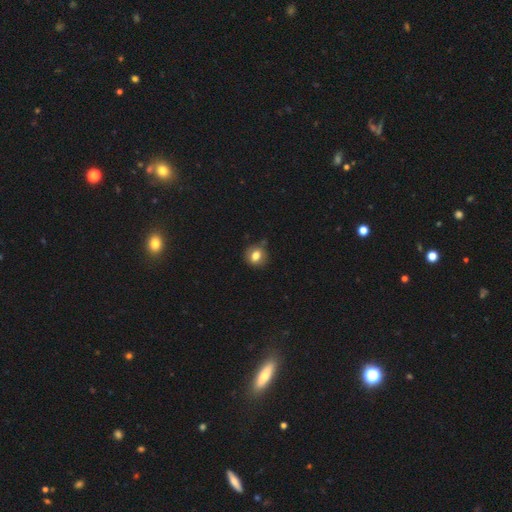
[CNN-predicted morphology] Q: Smooth or featured?
A: smooth (77%); runner-up: featured or disk (13%)
Q: How rounded?
A: round (66%); runner-up: in between (33%)
Q: Merging?
A: none (72%); runner-up: minor disturbance (19%)